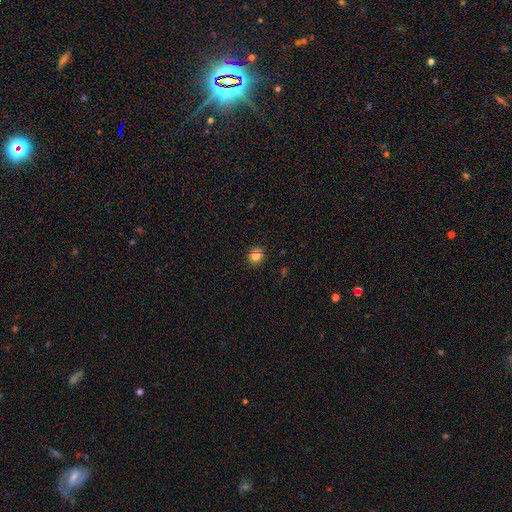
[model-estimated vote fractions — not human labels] Morphology: type=smooth (82%); roundness=round (83%); merging=none (89%).